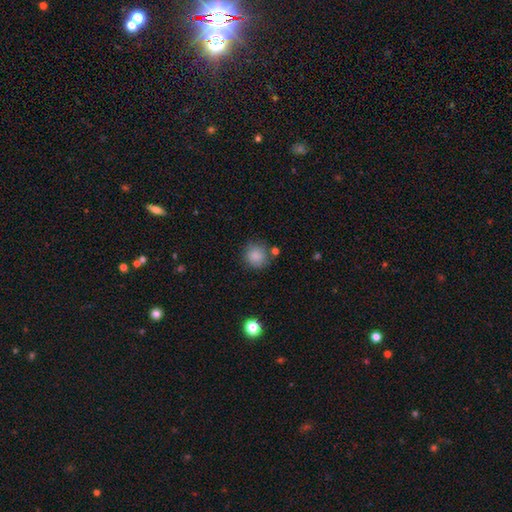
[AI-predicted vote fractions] Smooth or featured? Predicted: smooth (p=0.86). How rounded? Predicted: round (p=0.91). Merging? Predicted: none (p=0.80).